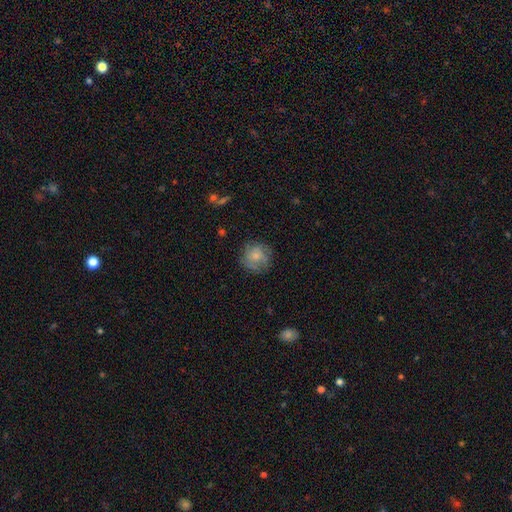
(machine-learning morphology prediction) A smooth galaxy with no disk features (65%) that is round (90%). Merging: none (74%).